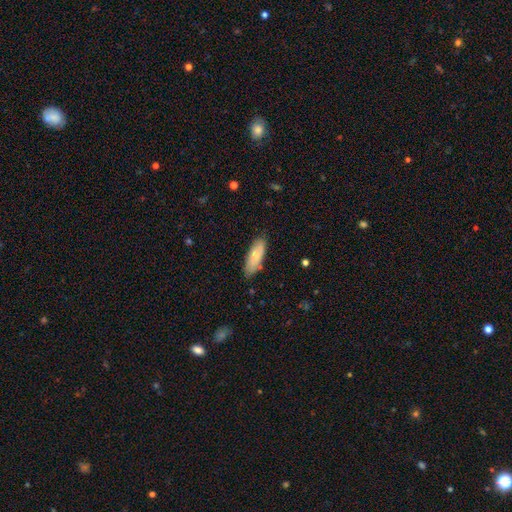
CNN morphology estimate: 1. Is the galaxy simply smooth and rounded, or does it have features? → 81% smooth, 13% featured or disk, 6% star or artifact.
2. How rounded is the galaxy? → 65% in between, 34% cigar-shaped, 2% round.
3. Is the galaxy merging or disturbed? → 81% none, 15% minor disturbance, 3% major disturbance, 2% merger.